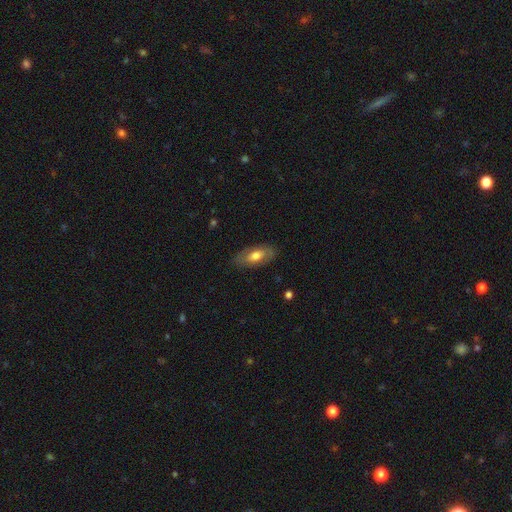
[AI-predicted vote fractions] A smooth galaxy with no disk features (58%) that is in between round and cigar-shaped (88%).

Vote fractions:
- Smooth or featured? smooth: 58% / featured or disk: 36% / star or artifact: 6%
- How rounded? in between: 88% / cigar-shaped: 8% / round: 4%
- Merging? none: 80% / minor disturbance: 15% / major disturbance: 4% / merger: 1%